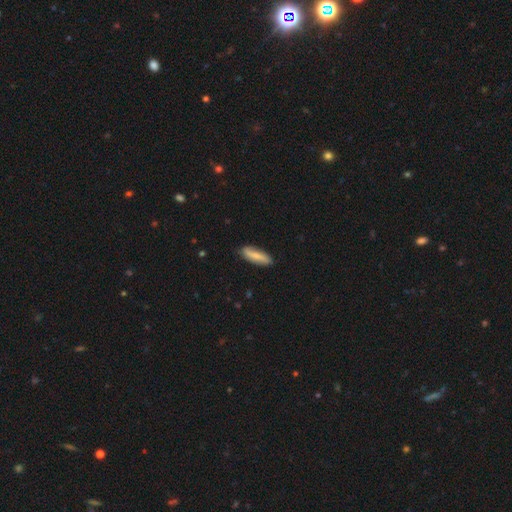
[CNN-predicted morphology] smooth_or_featured: smooth (p=0.67) [alt: featured or disk p=0.28]
how_rounded: cigar-shaped (p=0.54) [alt: in between p=0.43]
merging: none (p=0.84) [alt: minor disturbance p=0.13]